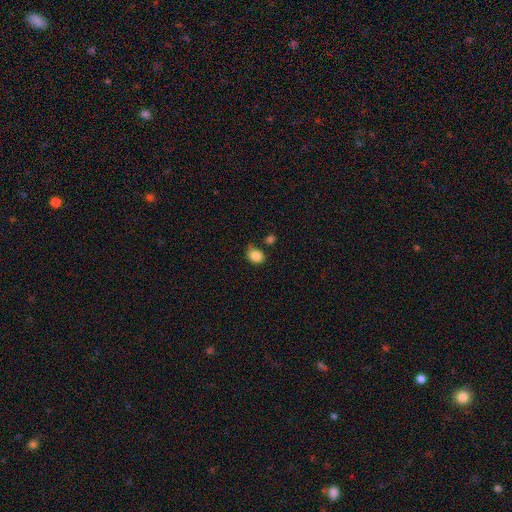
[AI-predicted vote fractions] Smooth or featured? Predicted: smooth (p=0.86). How rounded? Predicted: round (p=0.54). Merging? Predicted: none (p=0.62).